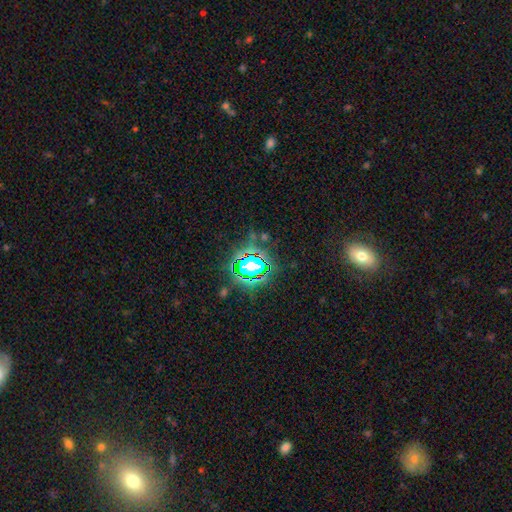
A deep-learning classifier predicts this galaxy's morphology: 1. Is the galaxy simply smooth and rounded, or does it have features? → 71% star or artifact, 19% smooth, 10% featured or disk.